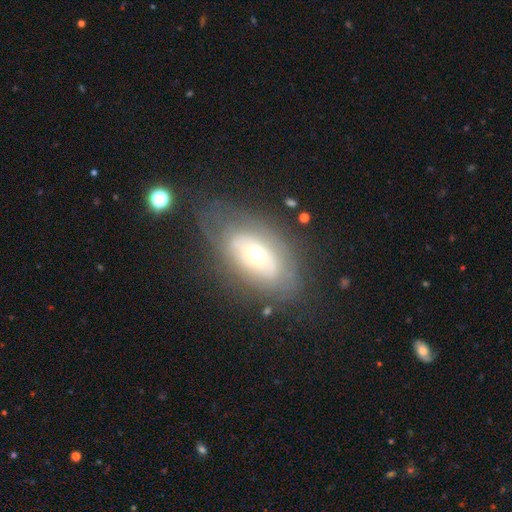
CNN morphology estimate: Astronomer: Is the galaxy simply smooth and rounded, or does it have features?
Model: featured or disk — 62%.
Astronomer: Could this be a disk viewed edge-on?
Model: no — 89%.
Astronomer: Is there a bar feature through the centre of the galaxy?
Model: no — 76%.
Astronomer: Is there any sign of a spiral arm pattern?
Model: yes — 54% (runner-up: no, 46%).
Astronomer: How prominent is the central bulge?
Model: moderate — 57% (runner-up: small, 34%).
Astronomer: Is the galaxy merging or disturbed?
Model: none — 67%.